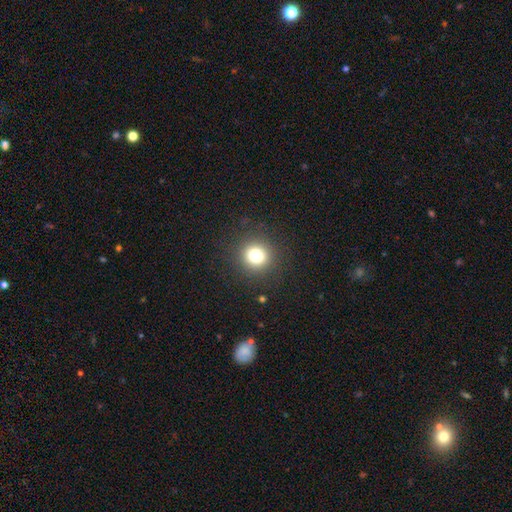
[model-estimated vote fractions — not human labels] Smooth or featured? smooth (79%)
How rounded? round (92%)
Merging? none (90%)